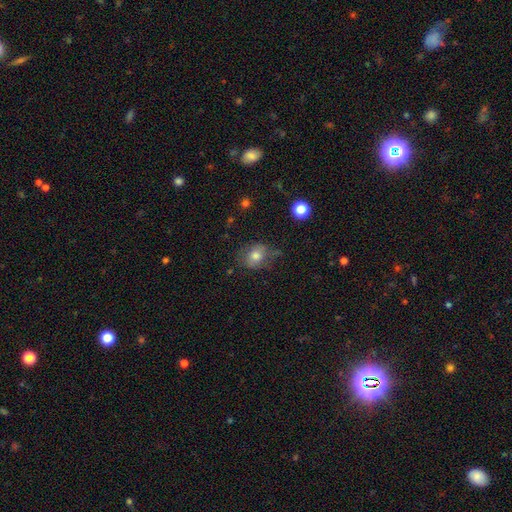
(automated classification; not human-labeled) Morphology: type=smooth (73%); roundness=round (51%); merging=none (60%).